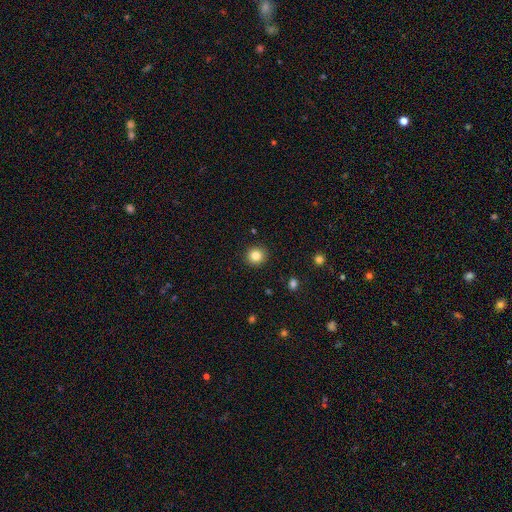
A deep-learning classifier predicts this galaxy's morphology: smooth-or-featured: smooth: 83% | star or artifact: 11% | featured or disk: 6%
  how-rounded: round: 93% | in between: 6% | cigar-shaped: 1%
  merging: none: 92% | minor disturbance: 5% | major disturbance: 2% | merger: 1%